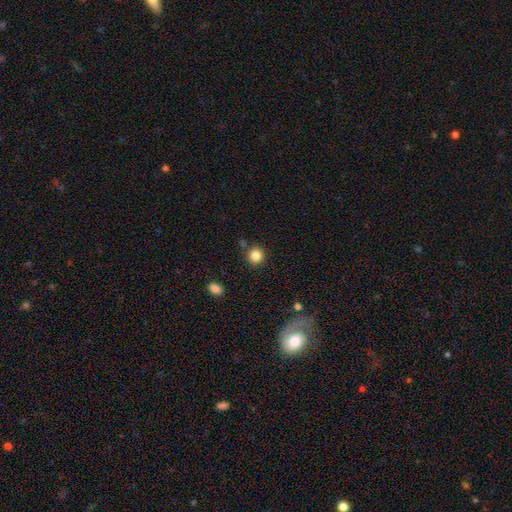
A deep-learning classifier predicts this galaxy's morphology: Smooth or featured: smooth — 85% (star or artifact — 11%)
How rounded: round — 90% (in between — 9%)
Merging: none — 84% (minor disturbance — 8%)